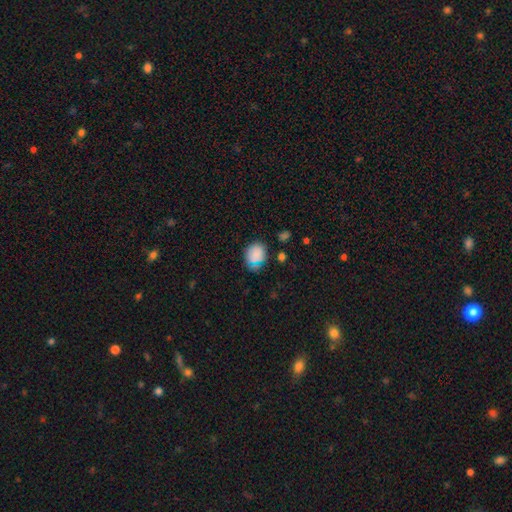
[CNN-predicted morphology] The model was most divided on "how rounded": round: 63%, in between: 36%, cigar-shaped: 1%. More confident: smooth or featured — smooth (79%); merging — none (75%).